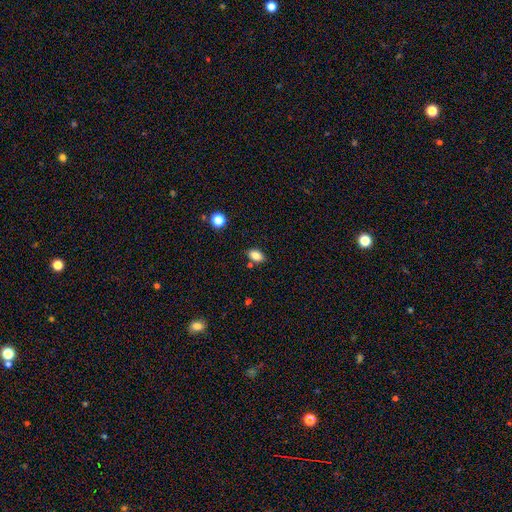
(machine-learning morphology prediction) This is clearly a smooth galaxy (84%). How rounded: clearly in between (86%). Merging: clearly none (81%).